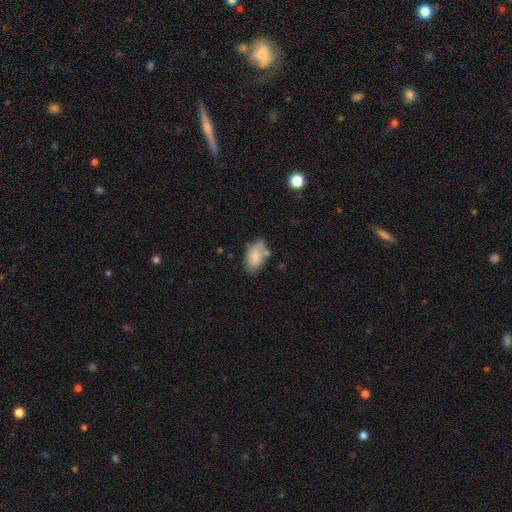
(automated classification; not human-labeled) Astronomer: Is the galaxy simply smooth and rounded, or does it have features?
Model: smooth — 80%.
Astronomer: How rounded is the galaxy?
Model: in between — 93%.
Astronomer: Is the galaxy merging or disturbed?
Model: none — 60%.